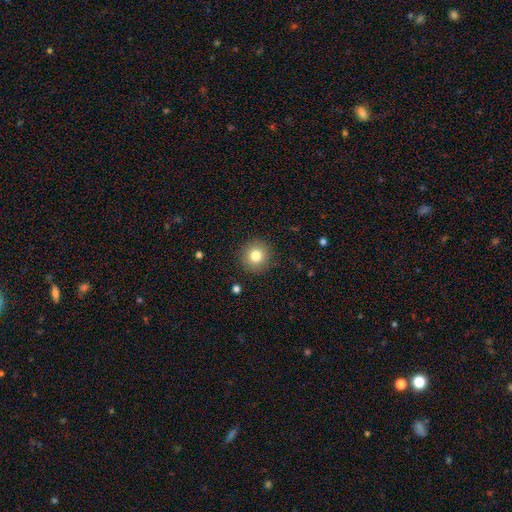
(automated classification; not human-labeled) Q: Smooth or featured?
A: smooth (80%); runner-up: star or artifact (11%)
Q: How rounded?
A: round (94%); runner-up: in between (5%)
Q: Merging?
A: none (90%); runner-up: minor disturbance (6%)